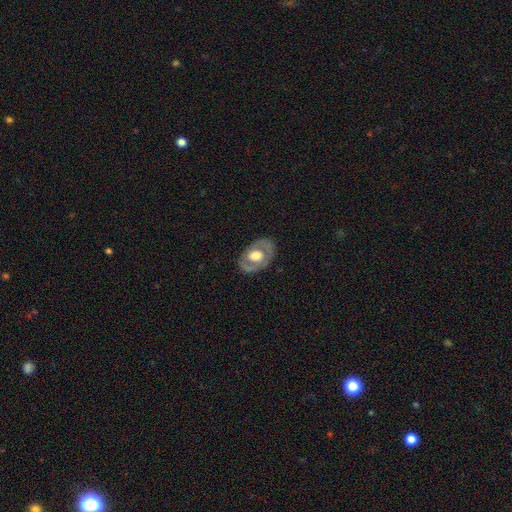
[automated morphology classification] smooth_or_featured: featured or disk (p=0.59) [alt: smooth p=0.35]
disk_edge_on: no (p=0.92) [alt: yes p=0.08]
bar: no (p=0.78) [alt: weak p=0.17]
has_spiral_arms: no (p=0.70) [alt: yes p=0.30]
bulge_size: large (p=0.47) [alt: moderate p=0.44]
merging: none (p=0.78) [alt: minor disturbance p=0.15]